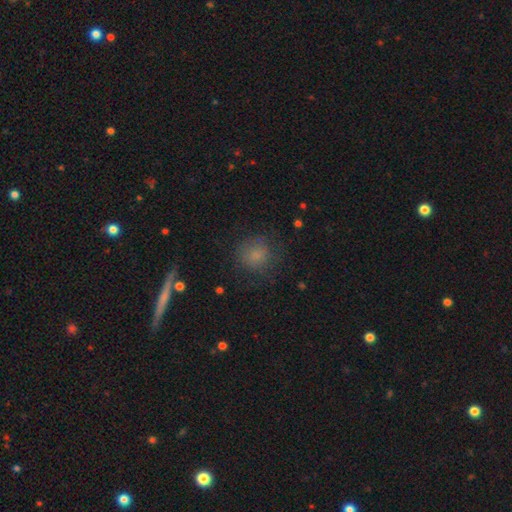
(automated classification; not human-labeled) This is likely a smooth galaxy (76%). How rounded: clearly round (85%). Merging: likely none (75%).